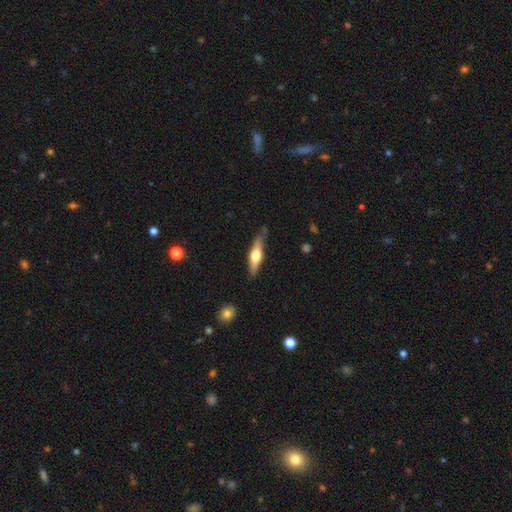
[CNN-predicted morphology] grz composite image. It shows a featured or disk galaxy (51%) viewed edge-on (91%). Merging: none (73%).